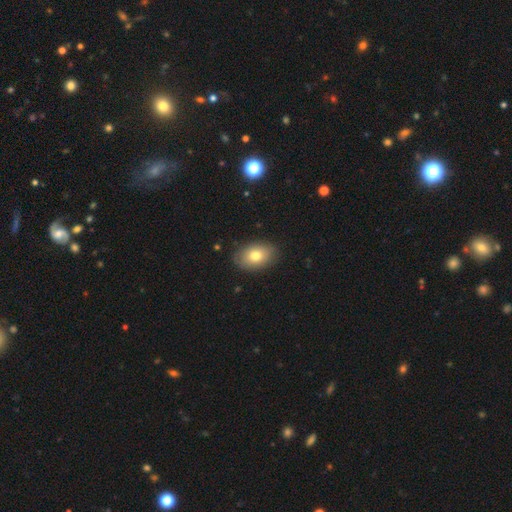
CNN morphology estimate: smooth 77%, featured or disk 15%, star or artifact 8%. Down the decision tree: how rounded — in between (85%); merging — none (85%).